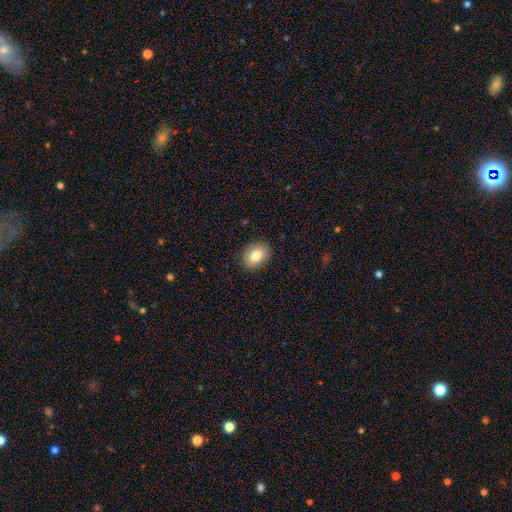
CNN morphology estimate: Overall: smooth (83%). How rounded: in between (69%; round 30%). Merging: none (89%).